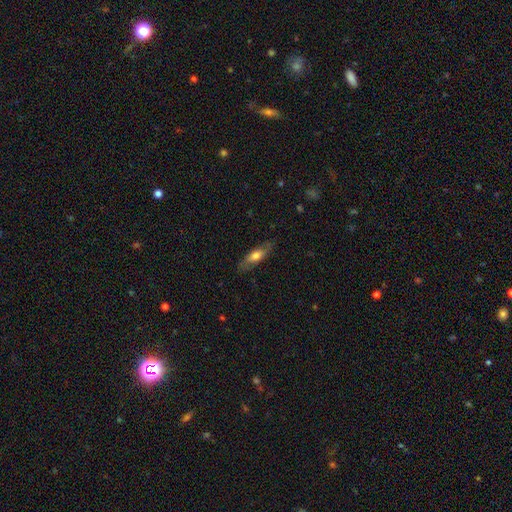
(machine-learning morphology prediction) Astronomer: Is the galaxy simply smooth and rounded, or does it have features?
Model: smooth — 56% (runner-up: featured or disk, 38%).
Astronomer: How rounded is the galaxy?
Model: in between — 51% (runner-up: cigar-shaped, 47%).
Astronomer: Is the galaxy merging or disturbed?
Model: none — 80%.